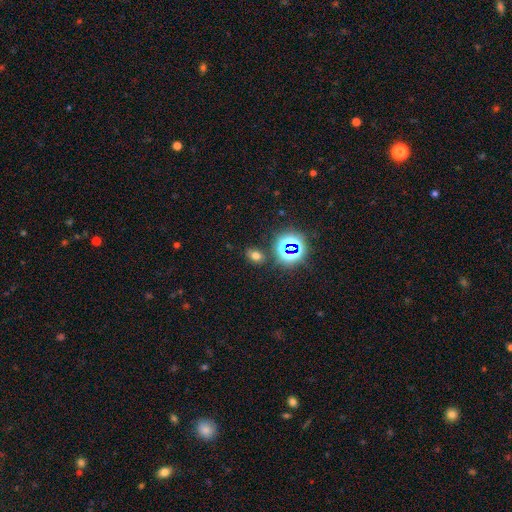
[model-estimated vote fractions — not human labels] Overall: smooth (61%; star or artifact 31%). How rounded: in between (67%; round 32%). Merging: none (82%).